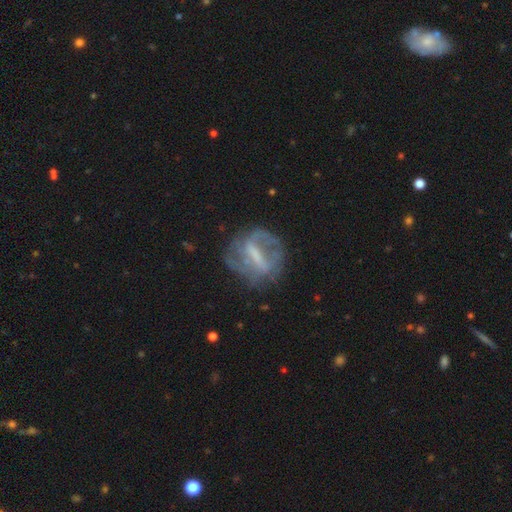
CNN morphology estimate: type=featured or disk (73%); edge-on=no (94%); bar=strong (59%); spiral arms=yes (62%); bulge=none (38%); merging=none (61%).